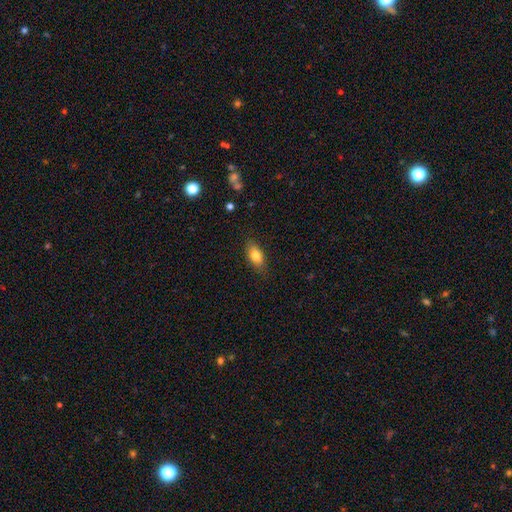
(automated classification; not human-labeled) A smooth galaxy with no disk features (80%) that is in between round and cigar-shaped (85%). Merging: none (82%).